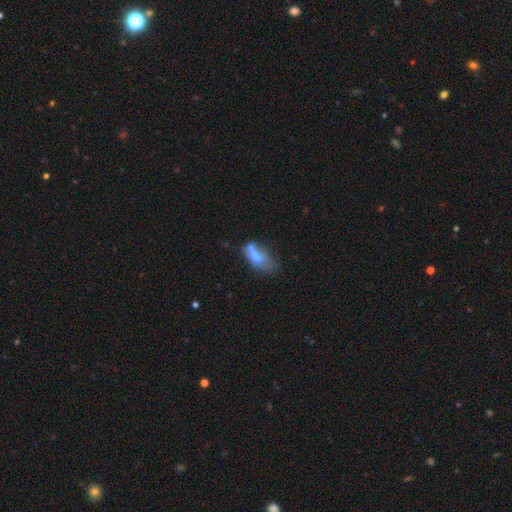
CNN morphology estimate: The model was most divided on "merging": merger: 30%, none: 26%, minor disturbance: 23%, major disturbance: 21%. More confident: how rounded — in between (85%); smooth or featured — smooth (58%).